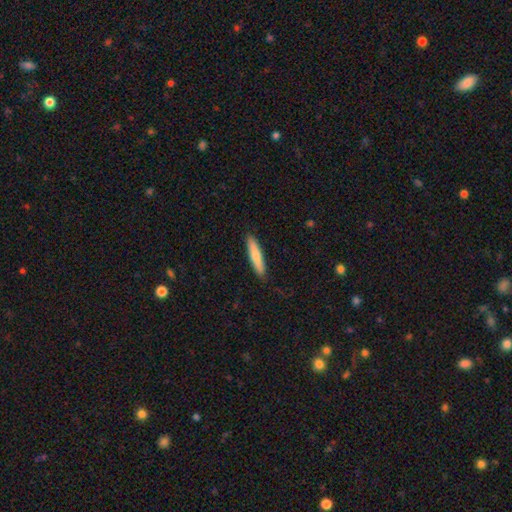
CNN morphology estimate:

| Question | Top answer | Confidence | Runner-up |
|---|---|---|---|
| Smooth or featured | smooth | 72% | featured or disk (23%) |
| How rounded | cigar-shaped | 84% | in between (14%) |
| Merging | none | 89% | minor disturbance (9%) |